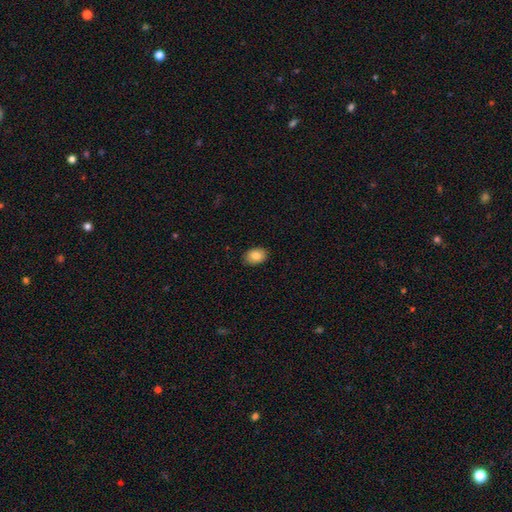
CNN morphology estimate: Smooth or featured?
  - smooth: 85% *
  - featured or disk: 8%
  - star or artifact: 7%
How rounded?
  - in between: 81% *
  - round: 18%
  - cigar-shaped: 1%
Merging?
  - none: 89% *
  - minor disturbance: 9%
  - major disturbance: 2%
  - merger: 1%